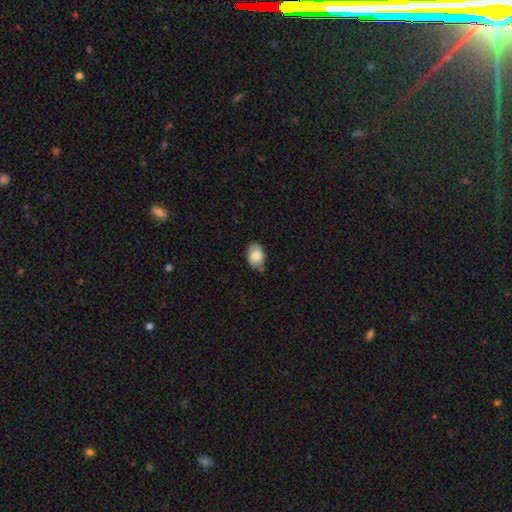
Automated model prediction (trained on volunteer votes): Morphology: type=smooth (80%); roundness=in between (83%); merging=none (76%).